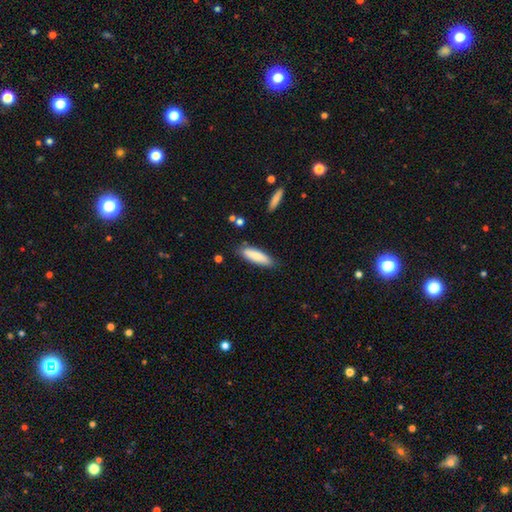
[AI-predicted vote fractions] Smooth or featured?
  - smooth: 85% *
  - featured or disk: 9%
  - star or artifact: 6%
How rounded?
  - cigar-shaped: 55% *
  - in between: 44%
  - round: 1%
Merging?
  - none: 82% *
  - minor disturbance: 13%
  - major disturbance: 3%
  - merger: 2%